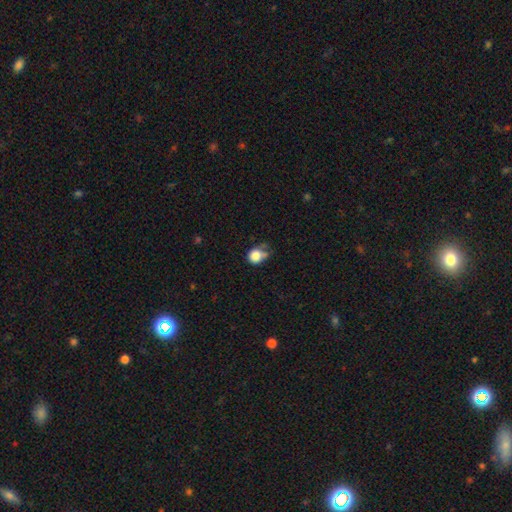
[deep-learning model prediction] Smooth or featured?
  - smooth: 82% *
  - star or artifact: 10%
  - featured or disk: 8%
How rounded?
  - round: 76% *
  - in between: 23%
  - cigar-shaped: 1%
Merging?
  - none: 41% *
  - minor disturbance: 32%
  - major disturbance: 15%
  - merger: 12%